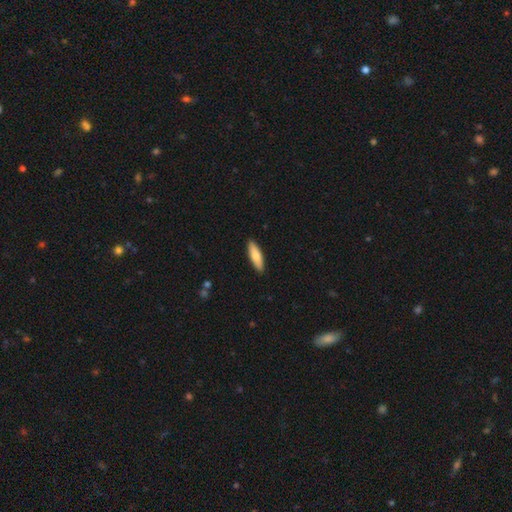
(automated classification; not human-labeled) Morphology: type=smooth (75%); roundness=cigar-shaped (56%); merging=none (90%).